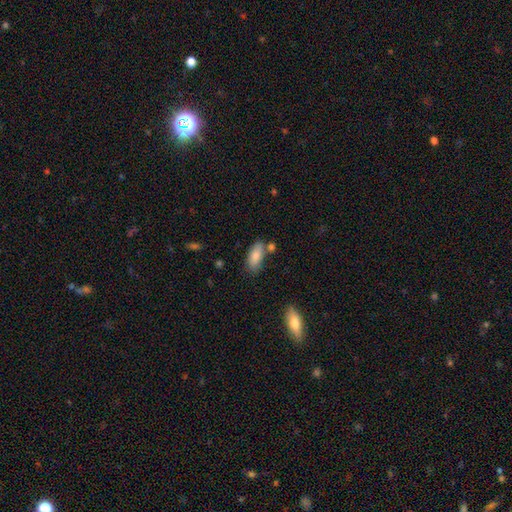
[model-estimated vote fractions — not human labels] This is clearly a smooth galaxy (81%). How rounded: clearly in between (82%). Merging: likely none (67%).